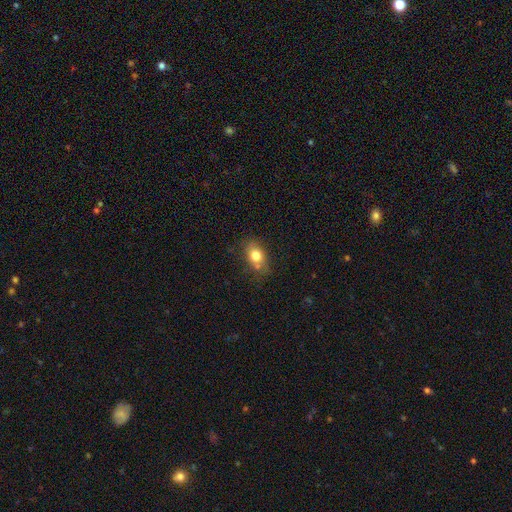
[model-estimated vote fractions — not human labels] A smooth galaxy with no disk features (76%) that is in between round and cigar-shaped (73%).

Vote fractions:
- Smooth or featured? smooth: 76% / featured or disk: 14% / star or artifact: 10%
- How rounded? in between: 73% / round: 24% / cigar-shaped: 3%
- Merging? none: 67% / minor disturbance: 21% / merger: 7% / major disturbance: 5%